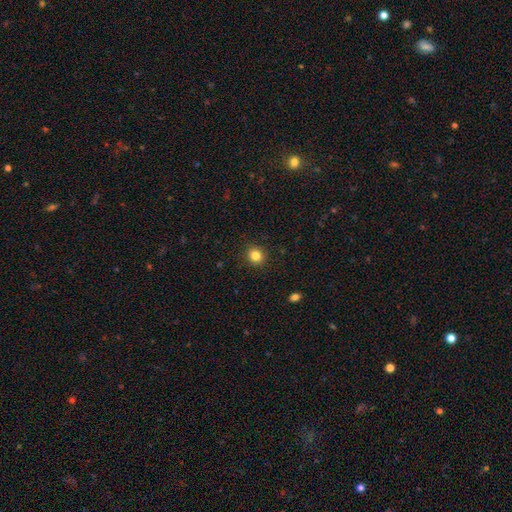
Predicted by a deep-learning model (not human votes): Smooth or featured? Predicted: smooth (p=0.84). How rounded? Predicted: round (p=0.85). Merging? Predicted: none (p=0.91).